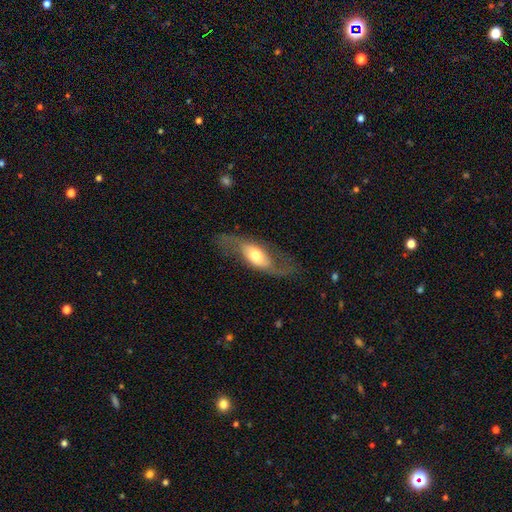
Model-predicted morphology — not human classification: Overall: featured or disk (67%; smooth 27%). Edge-on disk: no (83%). Bar: no (57%; weak 26%). Spiral arms: yes (77%). Bulge size: moderate (62%). Merging: none (66%).